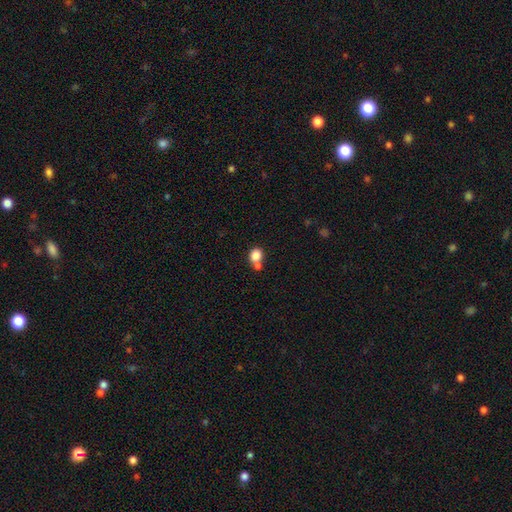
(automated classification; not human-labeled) The model was most divided on "merging": none: 49%, merger: 38%, minor disturbance: 10%, major disturbance: 4%. More confident: smooth or featured — smooth (83%); how rounded — round (65%).